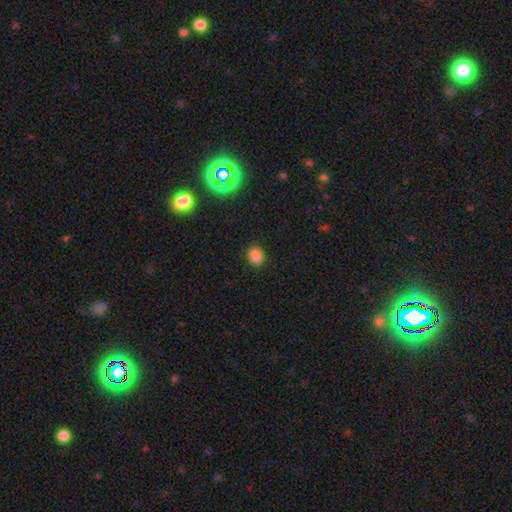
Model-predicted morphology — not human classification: Smooth or featured: smooth — 84% (star or artifact — 13%)
How rounded: round — 69% (in between — 30%)
Merging: none — 88% (minor disturbance — 8%)